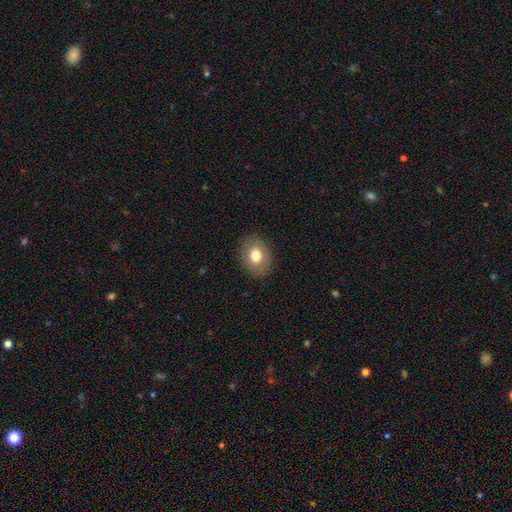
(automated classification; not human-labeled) smooth-or-featured: smooth: 76% | featured or disk: 15% | star or artifact: 9%
  how-rounded: in between: 56% | round: 43% | cigar-shaped: 1%
  merging: none: 88% | minor disturbance: 9% | major disturbance: 3% | merger: 1%